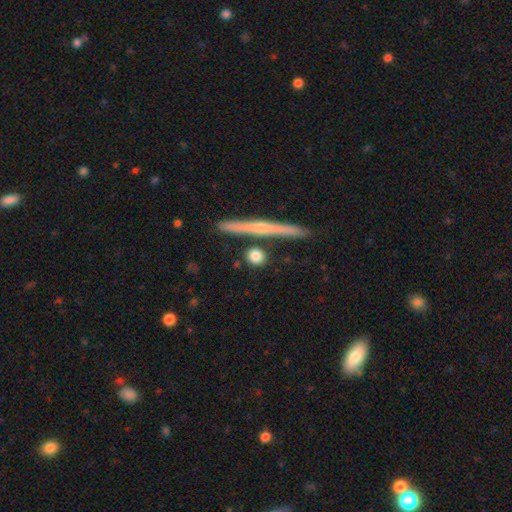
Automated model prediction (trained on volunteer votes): Smooth or featured? Predicted: smooth (p=0.78). How rounded? Predicted: round (p=0.74). Merging? Predicted: none (p=0.81).